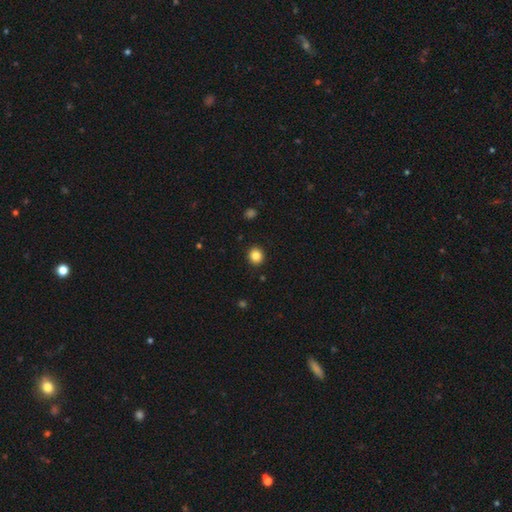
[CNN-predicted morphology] A smooth galaxy with no disk features (85%) that is round (88%). Merging: none (92%).